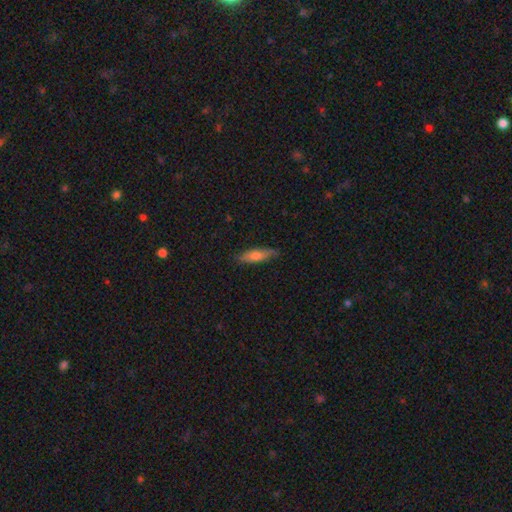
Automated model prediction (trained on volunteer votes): Q: Smooth or featured?
A: smooth (64%); runner-up: featured or disk (29%)
Q: How rounded?
A: cigar-shaped (68%); runner-up: in between (30%)
Q: Merging?
A: none (82%); runner-up: minor disturbance (15%)